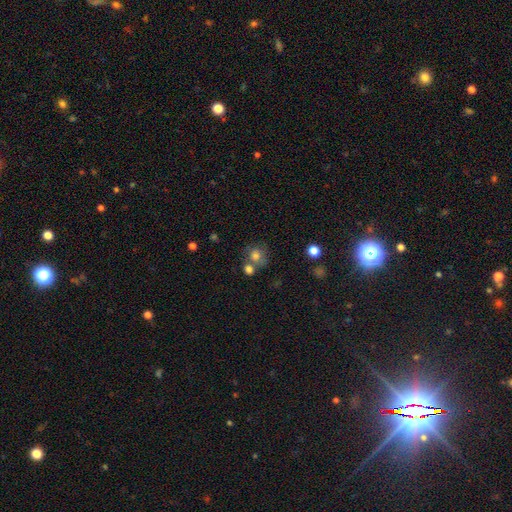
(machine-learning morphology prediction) Smooth or featured: smooth — 73% (featured or disk — 15%)
How rounded: round — 82% (in between — 17%)
Merging: none — 52% (merger — 28%)